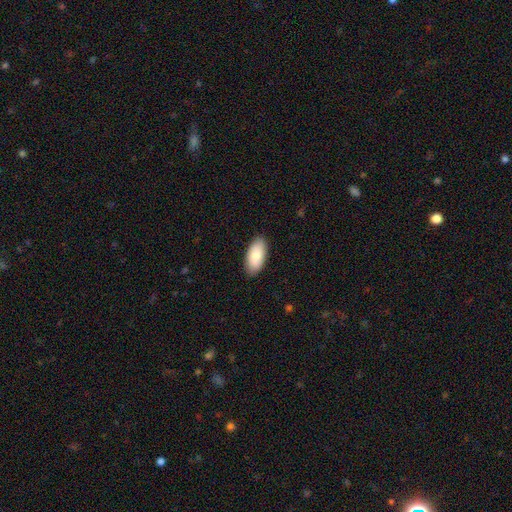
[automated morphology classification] Q: Smooth or featured?
A: smooth (83%); runner-up: featured or disk (11%)
Q: How rounded?
A: in between (93%); runner-up: cigar-shaped (5%)
Q: Merging?
A: none (87%); runner-up: minor disturbance (10%)